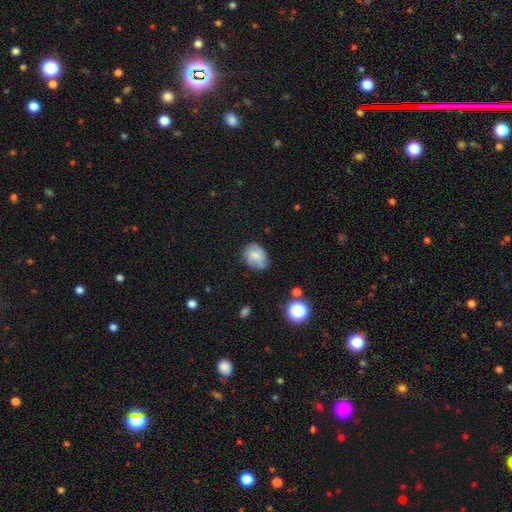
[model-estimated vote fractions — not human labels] This appears to be a smooth galaxy with no disk features (62%) that is in between round and cigar-shaped (60%). Merging: none (58%).